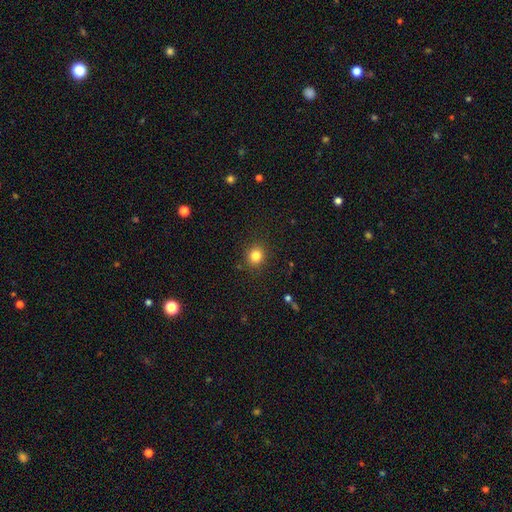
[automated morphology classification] smooth-or-featured: smooth: 83% | star or artifact: 12% | featured or disk: 5%
  how-rounded: round: 87% | in between: 12% | cigar-shaped: 1%
  merging: none: 89% | minor disturbance: 7% | major disturbance: 2% | merger: 1%